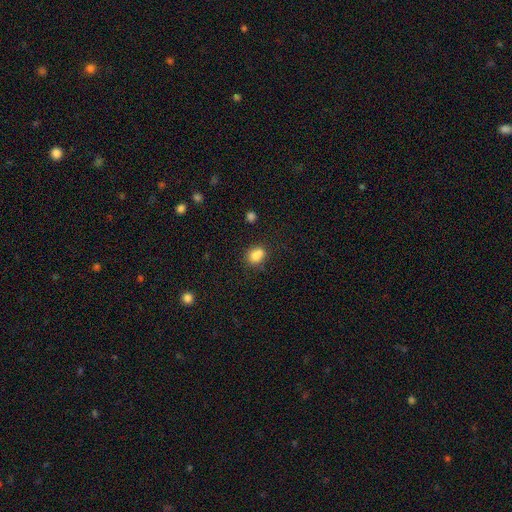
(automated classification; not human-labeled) A smooth galaxy with no disk features (80%) that is round (59%). Merging: none (53%).